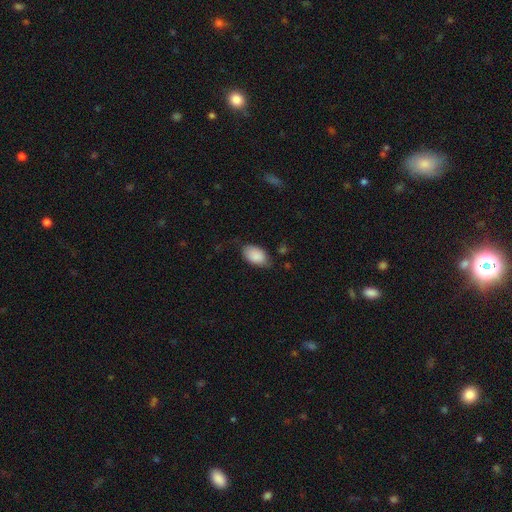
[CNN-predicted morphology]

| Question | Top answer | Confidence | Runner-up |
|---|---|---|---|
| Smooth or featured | smooth | 88% | star or artifact (7%) |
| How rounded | in between | 93% | round (6%) |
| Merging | none | 65% | minor disturbance (27%) |